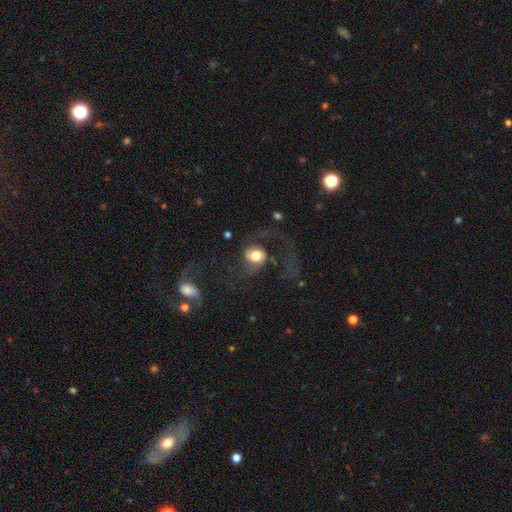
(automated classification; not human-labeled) Smooth or featured?
  - featured or disk: 52% *
  - smooth: 40%
  - star or artifact: 9%
Edge-on disk?
  - no: 97% *
  - yes: 3%
Bar?
  - no: 71% *
  - weak: 23%
  - strong: 6%
Spiral arms?
  - yes: 79% *
  - no: 21%
Bulge size?
  - large: 41% * (tied)
  - moderate: 41% * (tied)
  - dominant: 11%
  - small: 5%
  - none: 2%
Merging?
  - major disturbance: 44% *
  - none: 36%
  - minor disturbance: 15%
  - merger: 5%